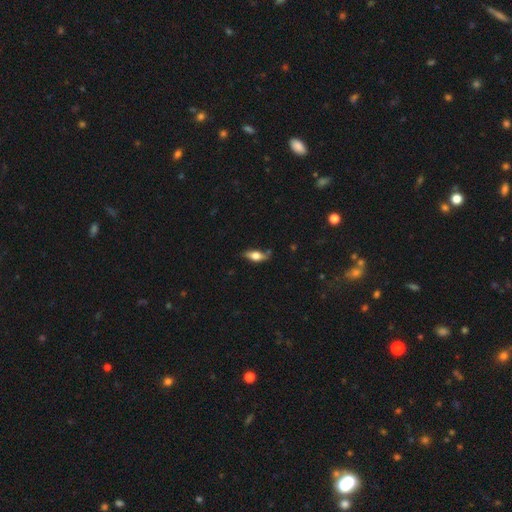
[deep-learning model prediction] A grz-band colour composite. It shows a smooth galaxy with no disk features (62%) that is in between round and cigar-shaped (75%). Merging: none (63%).